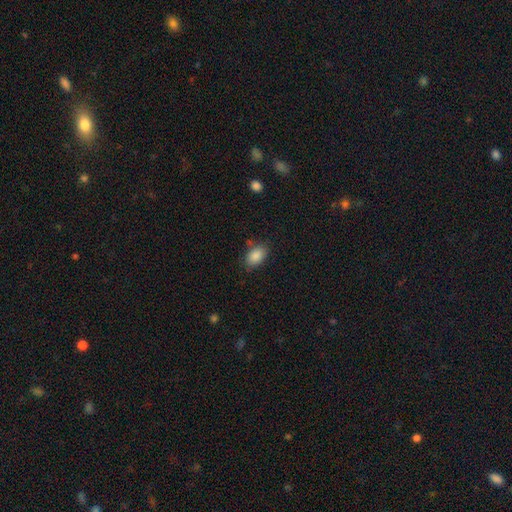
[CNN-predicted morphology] Q: Smooth or featured?
A: smooth (87%); runner-up: star or artifact (8%)
Q: How rounded?
A: in between (88%); runner-up: round (11%)
Q: Merging?
A: none (78%); runner-up: minor disturbance (15%)